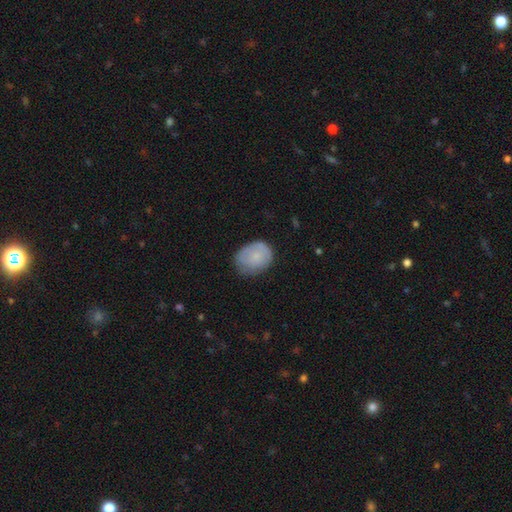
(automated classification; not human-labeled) Morphology: type=smooth (74%); roundness=in between (59%); merging=none (63%).